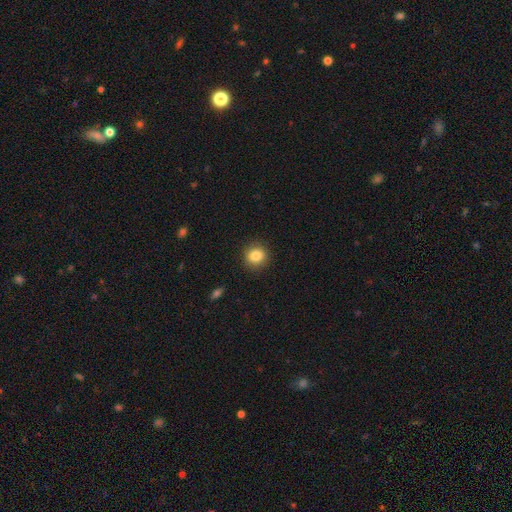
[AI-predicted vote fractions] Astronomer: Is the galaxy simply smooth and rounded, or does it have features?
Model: smooth — 84%.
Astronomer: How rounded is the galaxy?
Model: round — 84%.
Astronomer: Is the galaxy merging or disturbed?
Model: none — 90%.